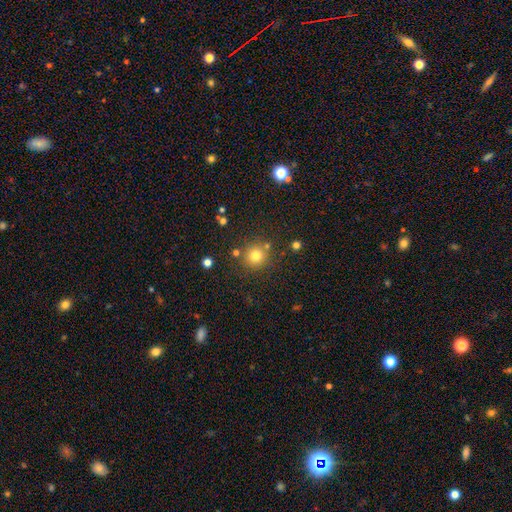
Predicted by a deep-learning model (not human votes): Q: Smooth or featured?
A: smooth (78%); runner-up: star or artifact (15%)
Q: How rounded?
A: round (94%); runner-up: in between (5%)
Q: Merging?
A: none (82%); runner-up: minor disturbance (8%)